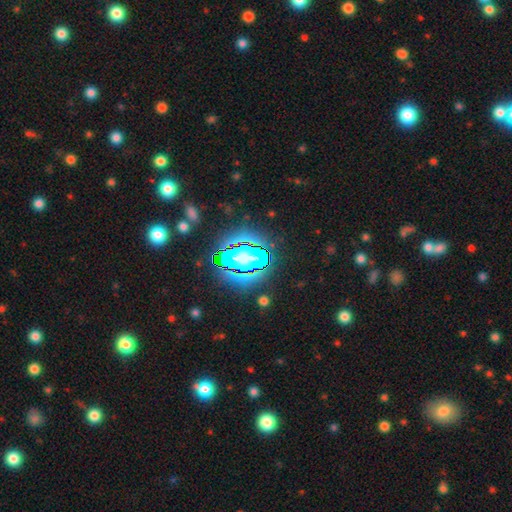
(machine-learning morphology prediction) type=star or artifact (64%).